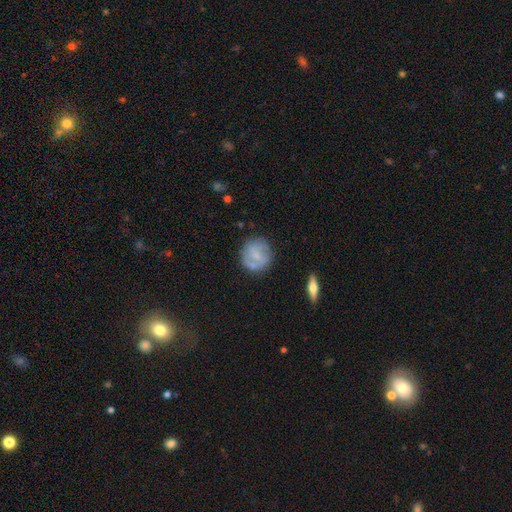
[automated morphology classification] Smooth or featured? Predicted: smooth (p=0.46, tied with featured or disk). Merging? Predicted: none (p=0.75).